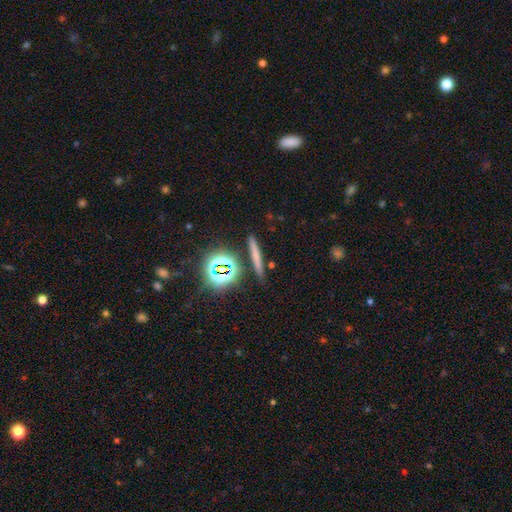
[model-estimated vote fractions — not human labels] A smooth galaxy with no disk features (57%) that is cigar-shaped (85%). Merging: none (86%).